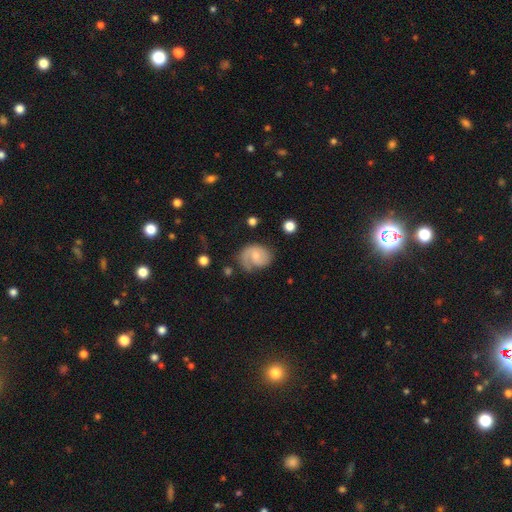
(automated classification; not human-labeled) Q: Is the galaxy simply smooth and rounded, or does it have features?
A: featured or disk — 67%.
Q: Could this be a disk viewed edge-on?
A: no — 98%.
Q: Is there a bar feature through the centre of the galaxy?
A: no — 61%.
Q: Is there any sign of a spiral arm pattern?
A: yes — 91%.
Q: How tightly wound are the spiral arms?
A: medium — 40%.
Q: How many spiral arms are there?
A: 1 — 50%.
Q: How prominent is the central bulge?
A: small — 57%.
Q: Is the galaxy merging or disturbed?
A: none — 57%.